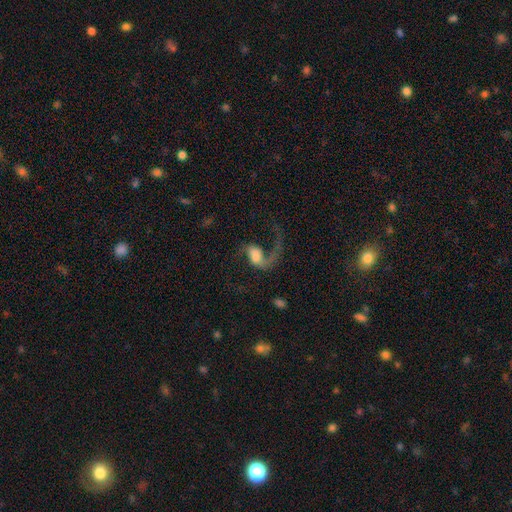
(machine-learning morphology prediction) Smooth or featured?
  - featured or disk: 76% *
  - smooth: 16%
  - star or artifact: 8%
Edge-on disk?
  - no: 97% *
  - yes: 3%
Bar?
  - no: 50% *
  - weak: 37%
  - strong: 14%
Spiral arms?
  - yes: 92% *
  - no: 8%
Spiral winding?
  - loose: 81% *
  - medium: 16%
  - tight: 3%
Spiral arm count?
  - 1: 48% *
  - 2: 47%
  - can't tell: 2%
  - 3: 1%
  - 4: 1%
  - more than 4: 1%
Bulge size?
  - moderate: 35% *
  - large: 24%
  - small: 23%
  - none: 12%
  - dominant: 6%
Merging?
  - major disturbance: 44% *
  - none: 38%
  - minor disturbance: 13%
  - merger: 6%